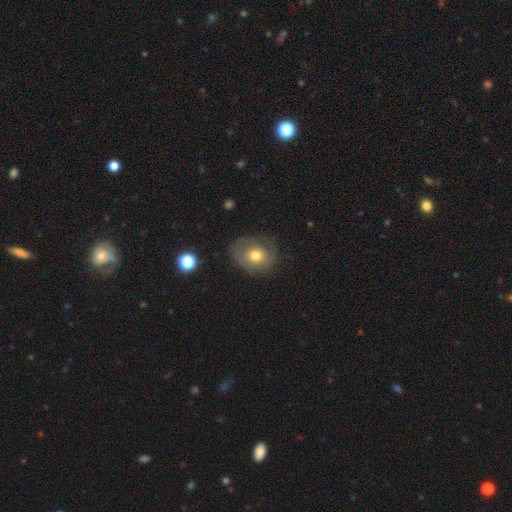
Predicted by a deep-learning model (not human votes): Smooth or featured? Predicted: smooth (p=0.57). How rounded? Predicted: round (p=0.66). Merging? Predicted: none (p=0.67).